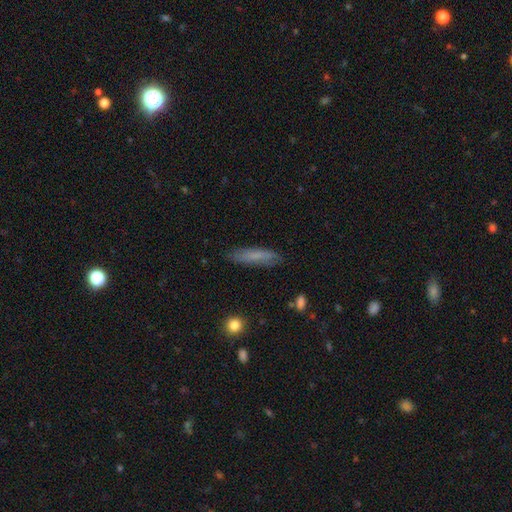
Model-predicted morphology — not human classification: smooth-or-featured: smooth: 70% | featured or disk: 22% | star or artifact: 8%
  how-rounded: cigar-shaped: 78% | in between: 20% | round: 2%
  merging: none: 82% | minor disturbance: 13% | major disturbance: 3% | merger: 1%